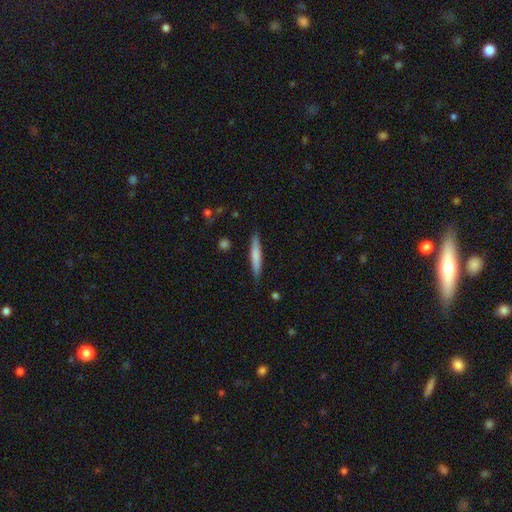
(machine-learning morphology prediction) type=smooth (70%); roundness=cigar-shaped (93%); merging=none (87%).